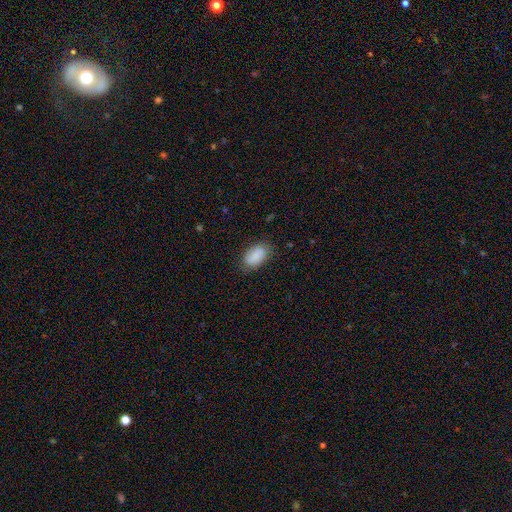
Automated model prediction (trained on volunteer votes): This appears to be a smooth galaxy with no disk features (76%) that is in between round and cigar-shaped (91%). Merging: none (76%).